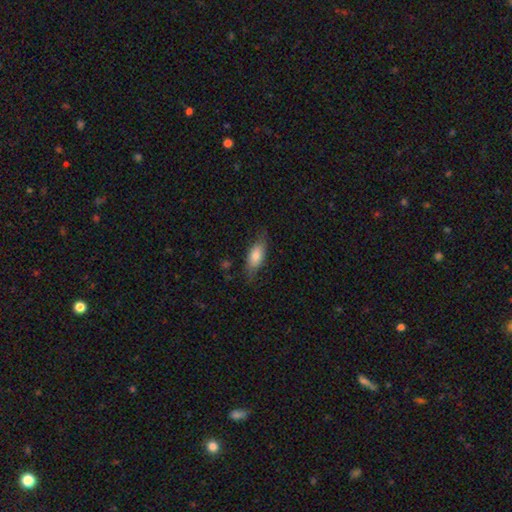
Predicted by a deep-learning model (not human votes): Smooth or featured? smooth (74%)
How rounded? in between (81%)
Merging? none (69%)